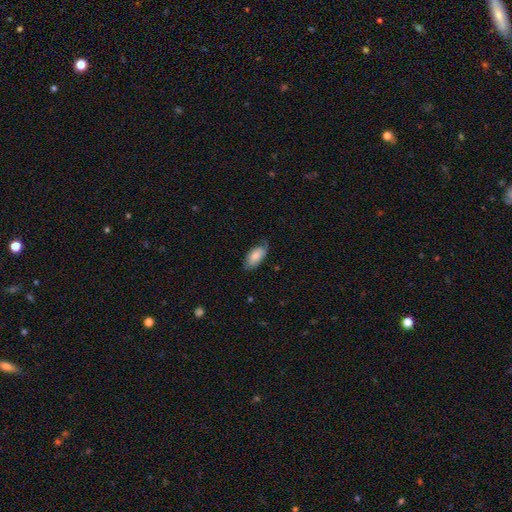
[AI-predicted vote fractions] smooth-or-featured: smooth: 76% | featured or disk: 18% | star or artifact: 6%
  how-rounded: in between: 91% | cigar-shaped: 7% | round: 2%
  merging: none: 63% | minor disturbance: 29% | major disturbance: 7% | merger: 1%